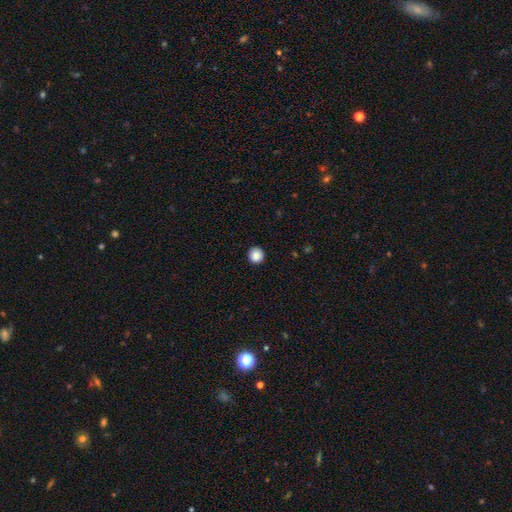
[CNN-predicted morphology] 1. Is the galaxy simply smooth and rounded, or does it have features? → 88% smooth, 9% star or artifact, 3% featured or disk.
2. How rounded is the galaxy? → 94% round, 5% in between, 1% cigar-shaped.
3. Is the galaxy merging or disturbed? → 93% none, 4% minor disturbance, 2% major disturbance, 1% merger.